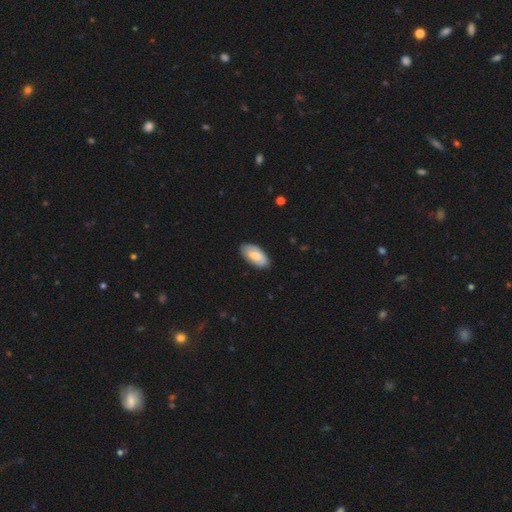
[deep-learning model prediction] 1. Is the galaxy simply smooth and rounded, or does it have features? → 73% smooth, 22% featured or disk, 6% star or artifact.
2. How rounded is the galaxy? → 94% in between, 4% cigar-shaped, 2% round.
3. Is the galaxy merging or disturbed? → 81% none, 15% minor disturbance, 3% major disturbance, 1% merger.